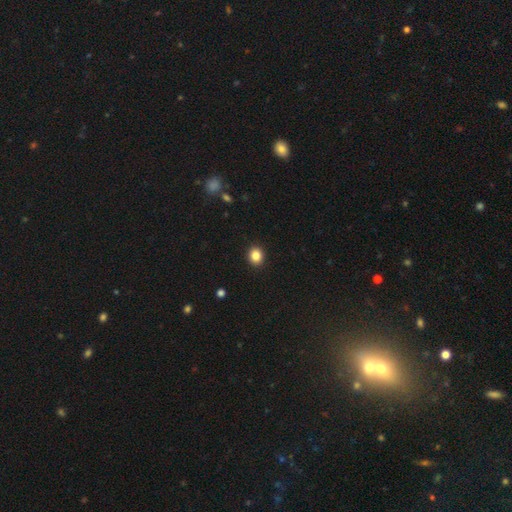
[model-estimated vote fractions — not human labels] Morphology: type=smooth (85%); roundness=round (76%); merging=none (92%).